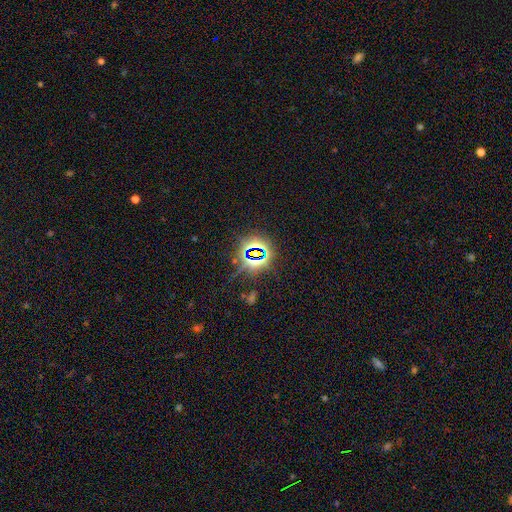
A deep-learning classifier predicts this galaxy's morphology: Q: Smooth or featured?
A: star or artifact (79%); runner-up: smooth (12%)